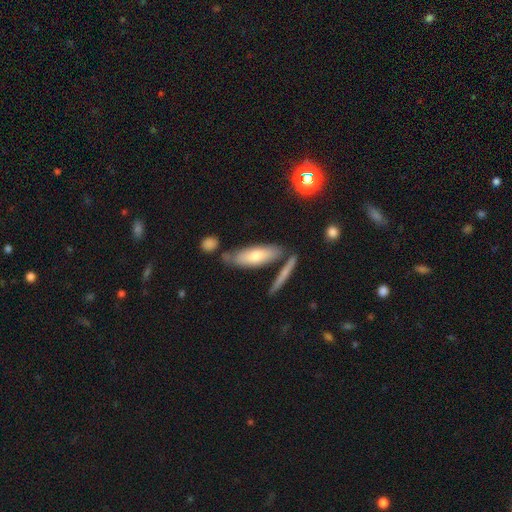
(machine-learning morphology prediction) Smooth or featured? Predicted: smooth (p=0.65). How rounded? Predicted: in between (p=0.56). Merging? Predicted: none (p=0.67).